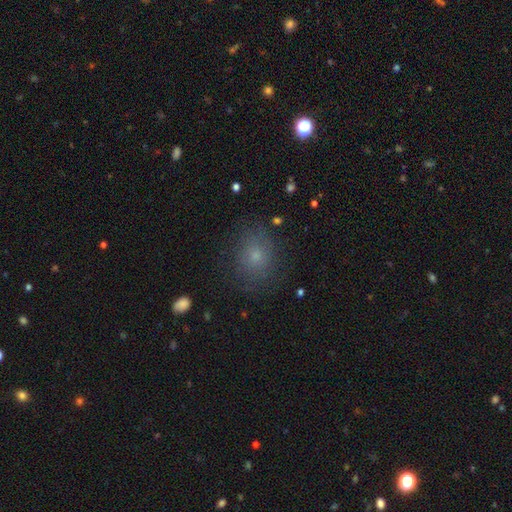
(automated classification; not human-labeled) A smooth galaxy with no disk features (69%) that is round (63%).

Vote fractions:
- Smooth or featured? smooth: 69% / star or artifact: 18% / featured or disk: 13%
- How rounded? round: 63% / in between: 36% / cigar-shaped: 1%
- Merging? none: 78% / minor disturbance: 14% / major disturbance: 6% / merger: 1%